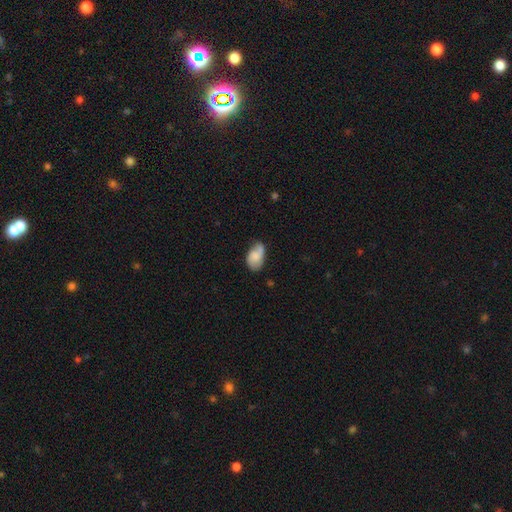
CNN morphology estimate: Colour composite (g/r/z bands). It shows a smooth galaxy with no disk features (64%) that is in between round and cigar-shaped (92%). Merging: none (54%).